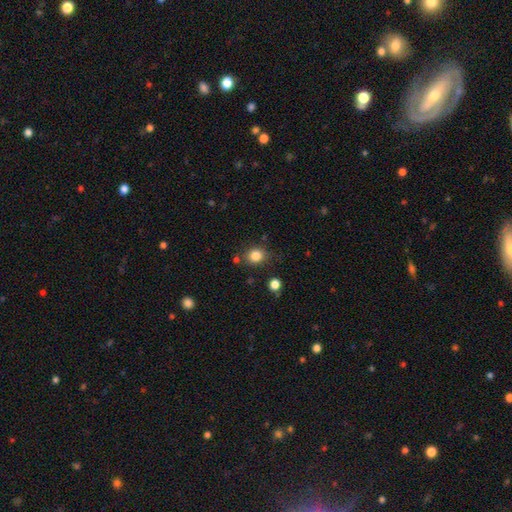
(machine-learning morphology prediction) This is clearly a smooth galaxy (84%). How rounded: likely round (74%). Merging: likely none (80%).